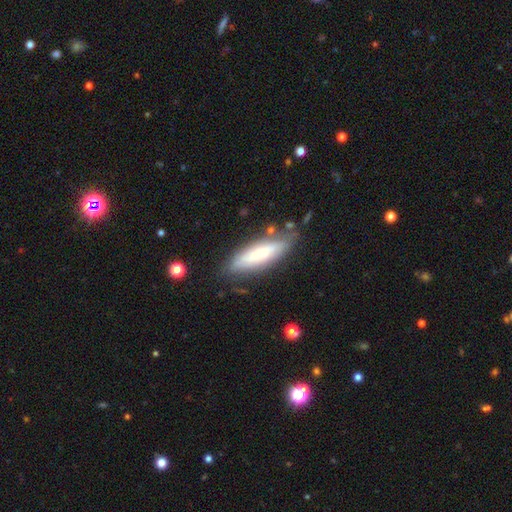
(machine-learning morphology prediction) Overall: smooth (62%; featured or disk 31%). How rounded: cigar-shaped (62%; in between 37%). Merging: none (78%).